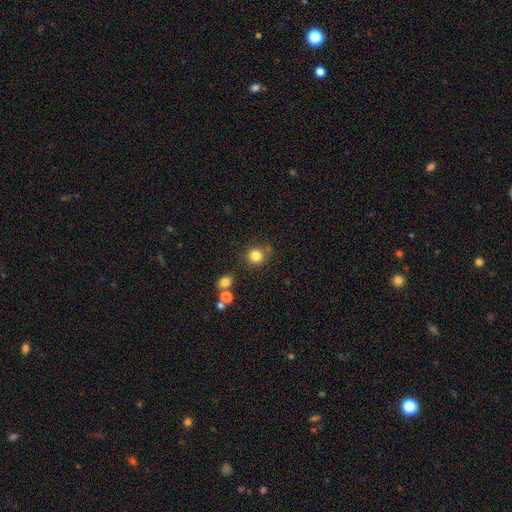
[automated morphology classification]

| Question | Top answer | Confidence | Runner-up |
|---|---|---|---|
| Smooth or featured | smooth | 82% | star or artifact (12%) |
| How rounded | round | 89% | in between (10%) |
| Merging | none | 77% | minor disturbance (11%) |